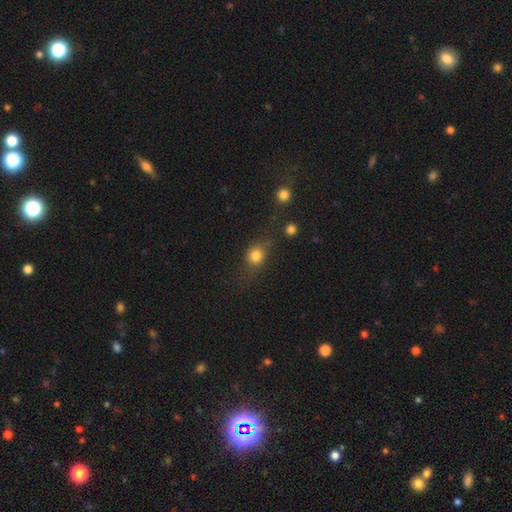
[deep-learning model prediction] smooth-or-featured: smooth: 79% | star or artifact: 12% | featured or disk: 8%
  how-rounded: round: 74% | in between: 24% | cigar-shaped: 2%
  merging: none: 62% | minor disturbance: 20% | major disturbance: 11% | merger: 7%